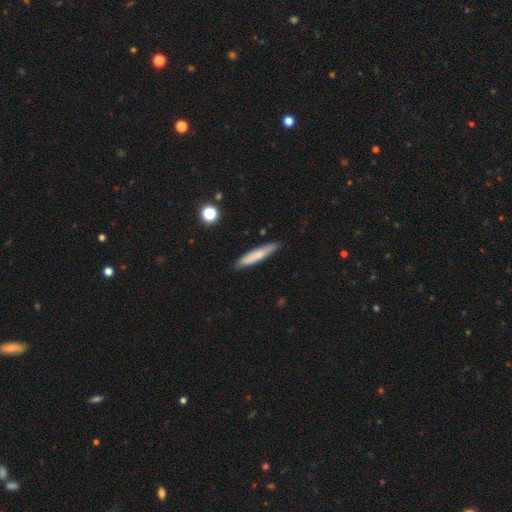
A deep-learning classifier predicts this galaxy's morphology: type=smooth (69%); roundness=cigar-shaped (89%); merging=none (87%).